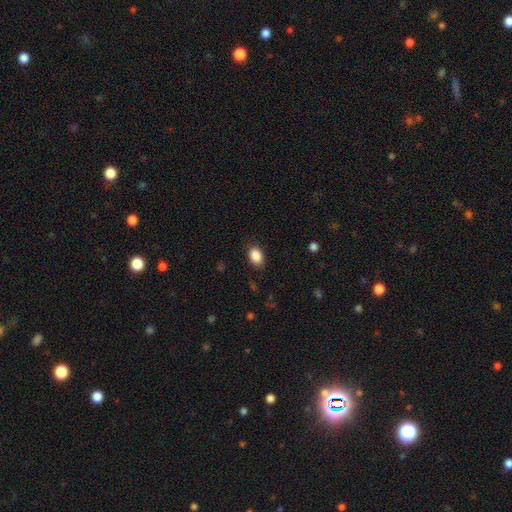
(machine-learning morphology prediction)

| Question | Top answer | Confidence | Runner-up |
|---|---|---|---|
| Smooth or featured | smooth | 88% | star or artifact (8%) |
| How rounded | in between | 76% | round (23%) |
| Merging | none | 84% | minor disturbance (12%) |